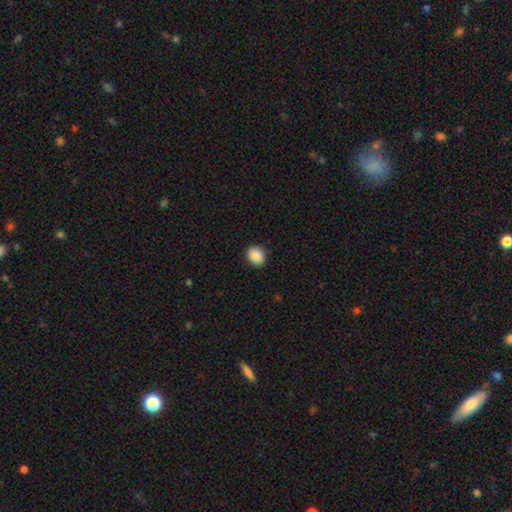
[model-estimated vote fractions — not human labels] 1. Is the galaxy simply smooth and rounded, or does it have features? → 88% smooth, 8% star or artifact, 4% featured or disk.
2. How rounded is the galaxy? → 60% round, 39% in between, 1% cigar-shaped.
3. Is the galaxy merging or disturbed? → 90% none, 7% minor disturbance, 2% major disturbance, 1% merger.